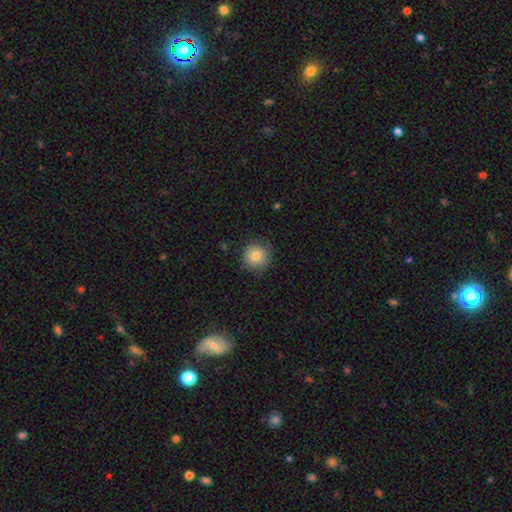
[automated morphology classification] Smooth or featured?
  - smooth: 80% *
  - featured or disk: 10%
  - star or artifact: 9%
How rounded?
  - round: 93% *
  - in between: 6%
  - cigar-shaped: 1%
Merging?
  - none: 82% *
  - minor disturbance: 14%
  - major disturbance: 4%
  - merger: 1%